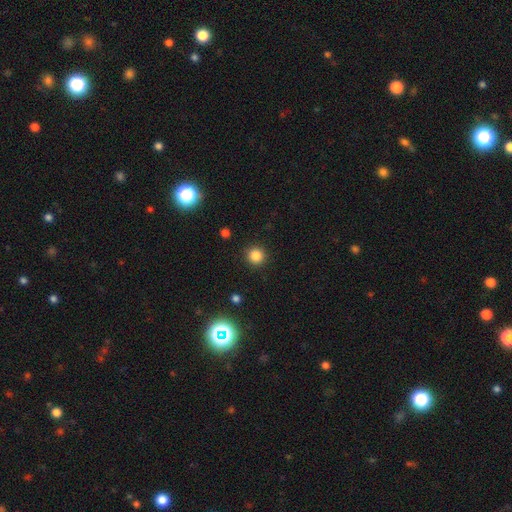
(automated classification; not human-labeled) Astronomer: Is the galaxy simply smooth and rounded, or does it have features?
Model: smooth — 83%.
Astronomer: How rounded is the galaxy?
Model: round — 95%.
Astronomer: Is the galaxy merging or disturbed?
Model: none — 92%.